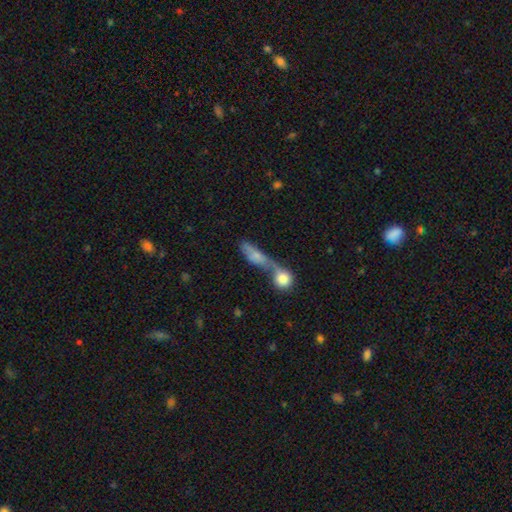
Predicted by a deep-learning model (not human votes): Morphology: type=smooth (64%); roundness=in between (52%); merging=merger (63%).